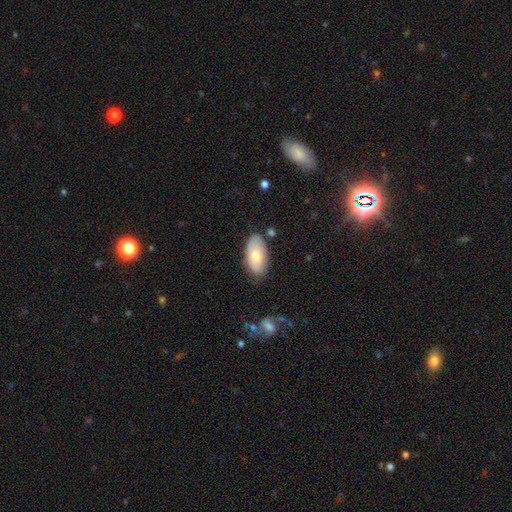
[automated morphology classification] The model was most divided on "smooth or featured": smooth: 67%, featured or disk: 26%, star or artifact: 7%. More confident: how rounded — in between (94%); merging — none (75%).